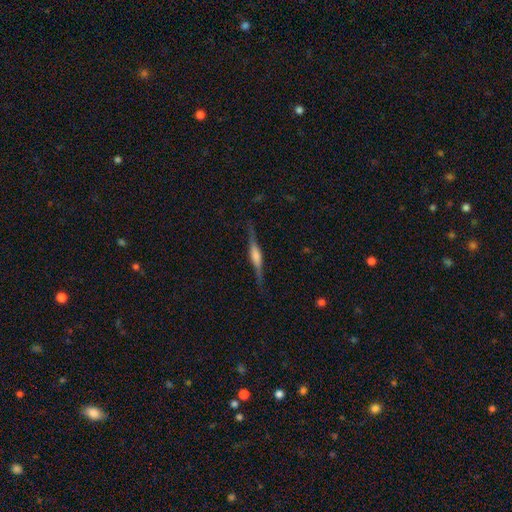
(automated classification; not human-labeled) This is likely a featured or disk galaxy (72%). It is clearly viewed edge-on (97%). Edge-on bulge: possibly rounded (48%). Merging: clearly none (84%).